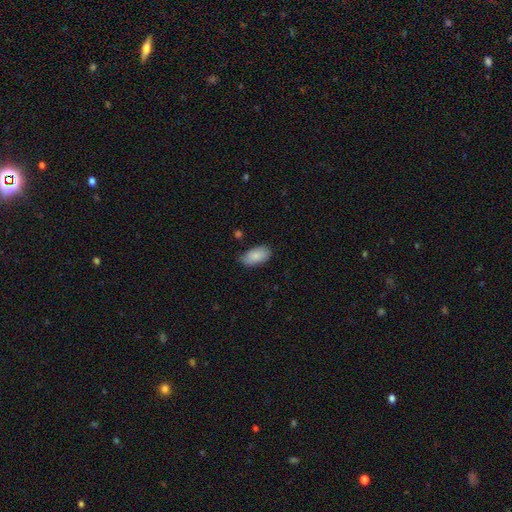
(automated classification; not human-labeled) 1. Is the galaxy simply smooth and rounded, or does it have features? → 87% smooth, 7% featured or disk, 6% star or artifact.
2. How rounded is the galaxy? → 94% in between, 3% round, 3% cigar-shaped.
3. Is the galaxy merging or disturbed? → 76% none, 19% minor disturbance, 3% major disturbance, 2% merger.